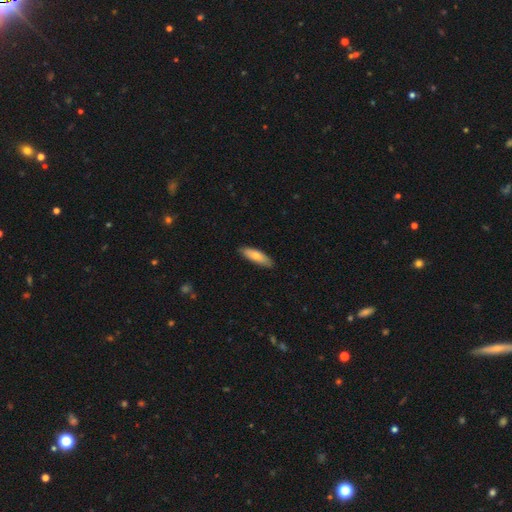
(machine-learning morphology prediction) This appears to be a smooth galaxy with no disk features (76%) that is cigar-shaped (53%). Merging: none (87%).